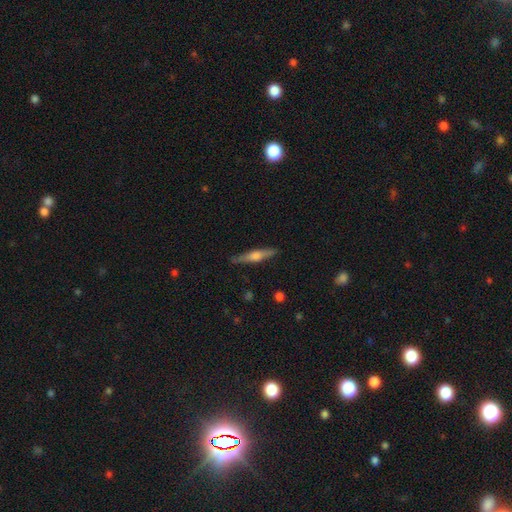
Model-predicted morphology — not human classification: smooth-or-featured: featured or disk: 59% | smooth: 35% | star or artifact: 6%
  disk-edge-on: yes: 97% | no: 3%
    edge-on-bulge: rounded: 84% | boxy: 10% | none: 6%
  merging: none: 87% | minor disturbance: 9% | major disturbance: 2% | merger: 1%